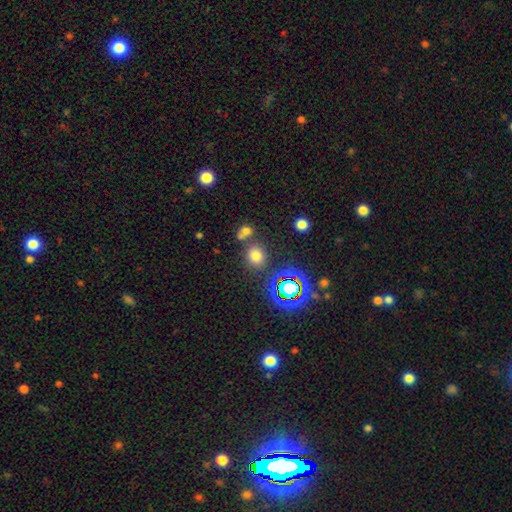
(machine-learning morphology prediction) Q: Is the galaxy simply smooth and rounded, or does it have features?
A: smooth — 69%.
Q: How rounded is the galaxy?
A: round — 76%.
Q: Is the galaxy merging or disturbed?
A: none — 68%.